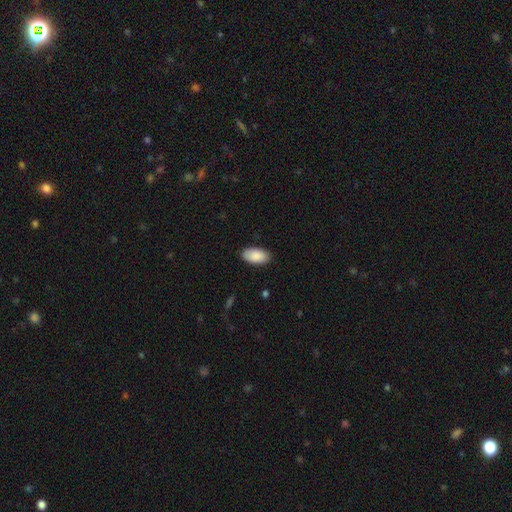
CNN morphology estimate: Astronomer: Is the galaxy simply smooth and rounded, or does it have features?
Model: smooth — 89%.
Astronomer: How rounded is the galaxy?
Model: in between — 96%.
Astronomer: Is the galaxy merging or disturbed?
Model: none — 86%.